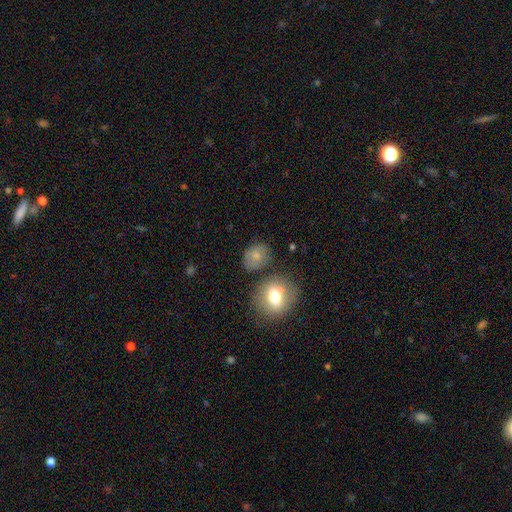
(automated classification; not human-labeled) This appears to be a smooth galaxy with no disk features (76%) that is round (53%). Merging: none (66%).